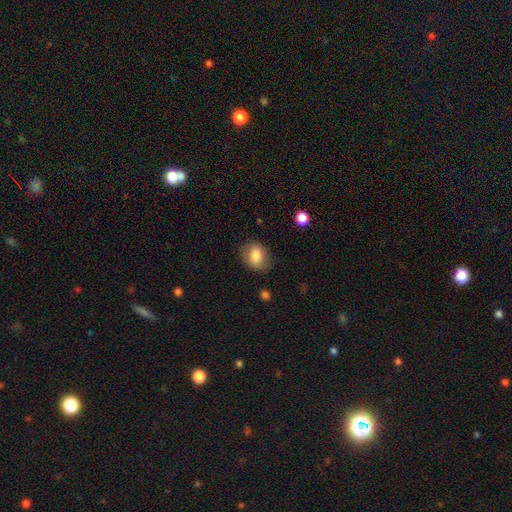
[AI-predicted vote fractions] Q: Smooth or featured?
A: smooth (81%); runner-up: featured or disk (11%)
Q: How rounded?
A: in between (56%); runner-up: round (43%)
Q: Merging?
A: none (79%); runner-up: minor disturbance (15%)